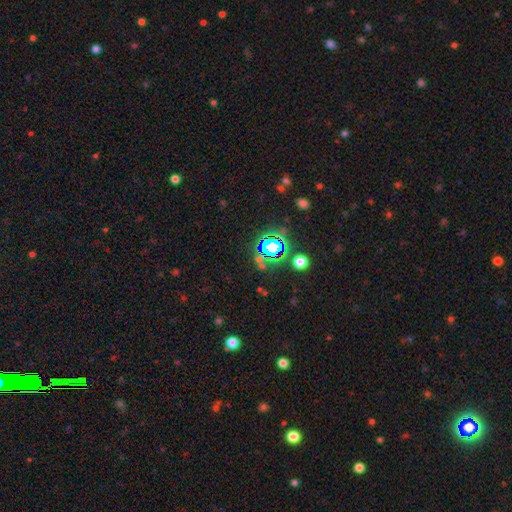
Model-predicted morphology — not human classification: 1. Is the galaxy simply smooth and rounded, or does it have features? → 72% star or artifact, 19% smooth, 9% featured or disk.